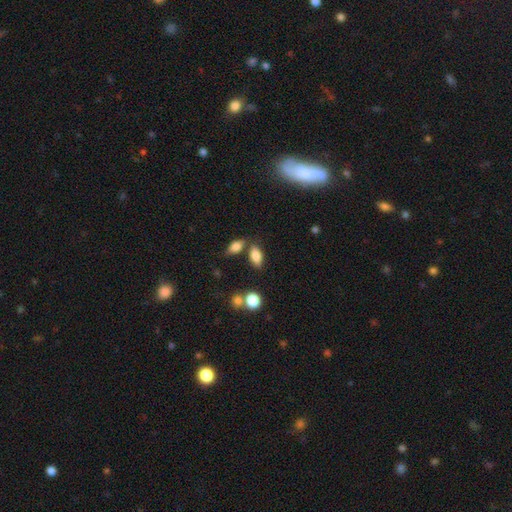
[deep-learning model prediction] The model was most divided on "merging": none: 67%, merger: 15%, minor disturbance: 14%, major disturbance: 4%. More confident: how rounded — in between (85%); smooth or featured — smooth (82%).